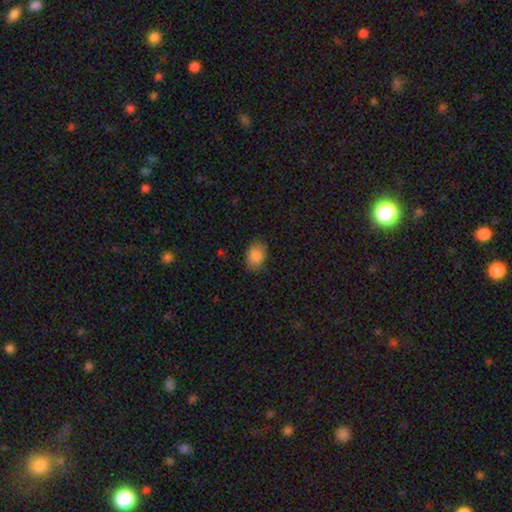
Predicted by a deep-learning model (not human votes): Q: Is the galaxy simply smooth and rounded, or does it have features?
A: smooth — 87%.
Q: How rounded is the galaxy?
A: in between — 77%.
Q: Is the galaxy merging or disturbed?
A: none — 78%.